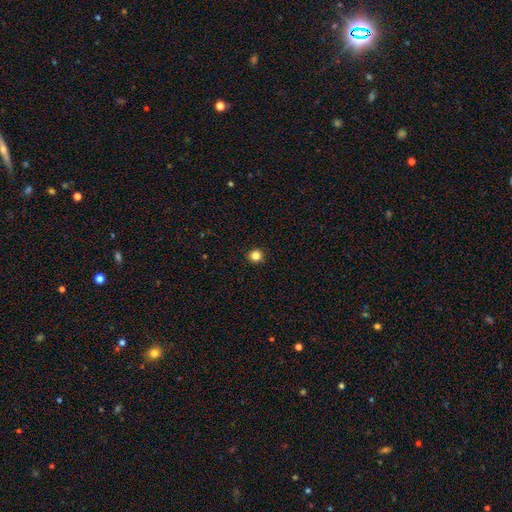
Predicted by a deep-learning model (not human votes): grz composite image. It shows a smooth galaxy with no disk features (85%) that is round (95%). Merging: none (93%).